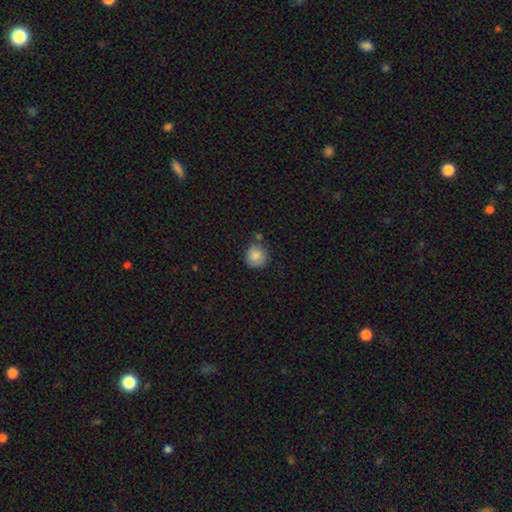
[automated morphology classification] Smooth or featured?
  - smooth: 84% *
  - featured or disk: 8%
  - star or artifact: 8%
How rounded?
  - round: 89% *
  - in between: 11%
  - cigar-shaped: 1%
Merging?
  - none: 66% *
  - minor disturbance: 20%
  - merger: 10%
  - major disturbance: 4%